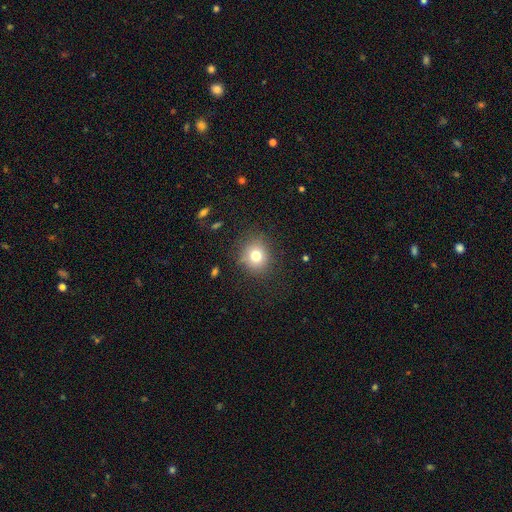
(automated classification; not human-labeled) smooth 75%, star or artifact 14%, featured or disk 11%. Down the decision tree: how rounded — round (82%); merging — none (83%).